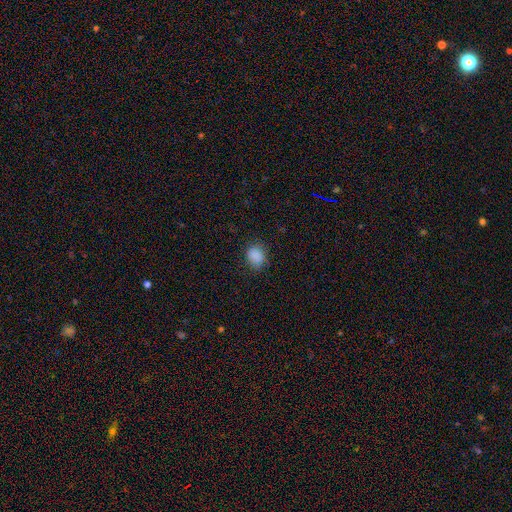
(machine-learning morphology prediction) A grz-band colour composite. It shows a smooth galaxy with no disk features (87%) that is round (55%). Merging: none (78%).